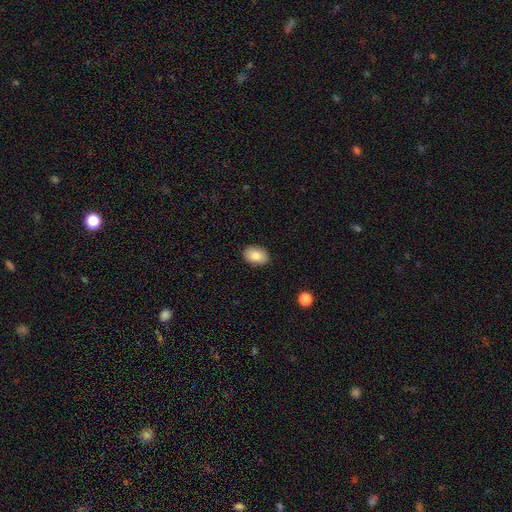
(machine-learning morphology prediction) This appears to be a smooth galaxy with no disk features (86%) that is in between round and cigar-shaped (85%). Merging: none (86%).